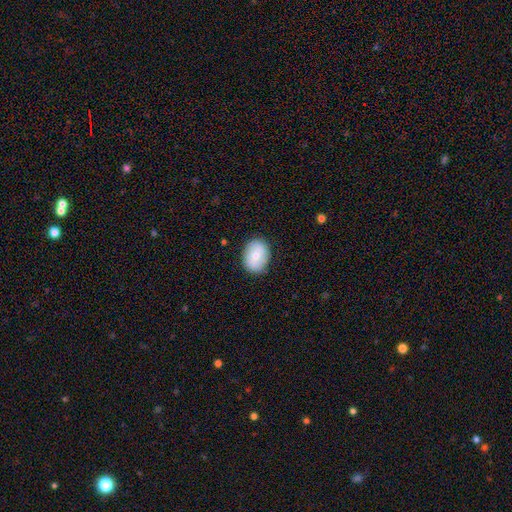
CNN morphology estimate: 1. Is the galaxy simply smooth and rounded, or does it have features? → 66% smooth, 27% featured or disk, 7% star or artifact.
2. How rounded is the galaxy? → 61% in between, 38% round, 1% cigar-shaped.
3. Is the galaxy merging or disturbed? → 83% none, 12% minor disturbance, 3% major disturbance, 1% merger.